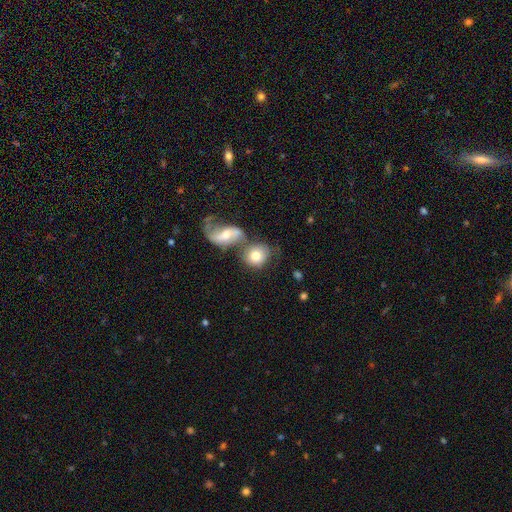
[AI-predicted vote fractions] smooth_or_featured: smooth (p=0.70) [alt: featured or disk p=0.23]
how_rounded: round (p=0.67) [alt: in between p=0.31]
merging: merger (p=0.43) [alt: none p=0.36]